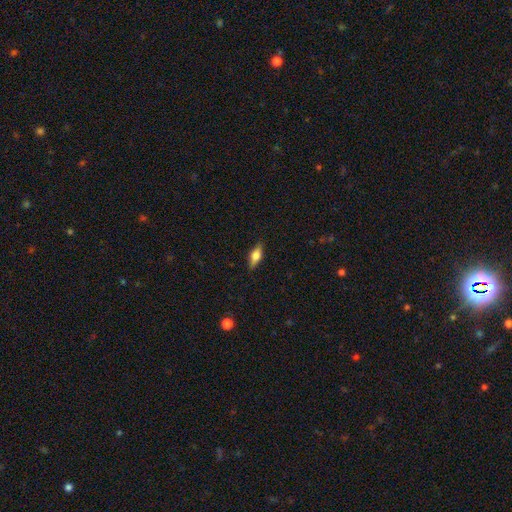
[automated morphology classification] A smooth galaxy with no disk features (50%). Merging: none (87%).